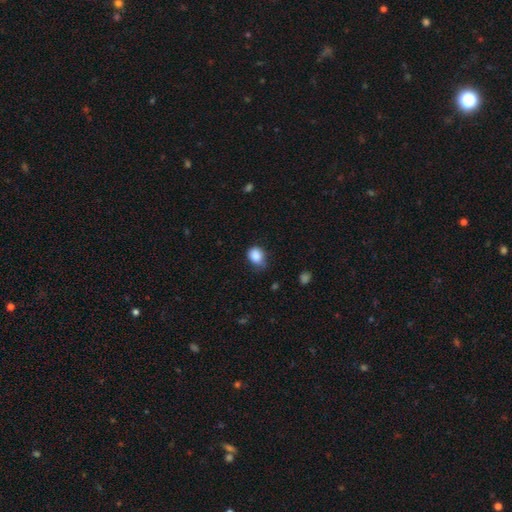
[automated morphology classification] Smooth or featured? smooth (86%)
How rounded? in between (52%)
Merging? none (50%)